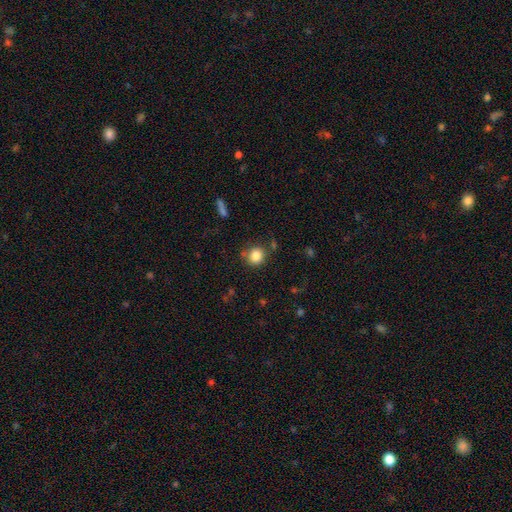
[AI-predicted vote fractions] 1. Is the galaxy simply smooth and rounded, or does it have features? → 83% smooth, 11% star or artifact, 6% featured or disk.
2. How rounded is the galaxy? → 88% round, 11% in between, 1% cigar-shaped.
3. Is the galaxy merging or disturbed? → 80% none, 11% minor disturbance, 5% merger, 3% major disturbance.